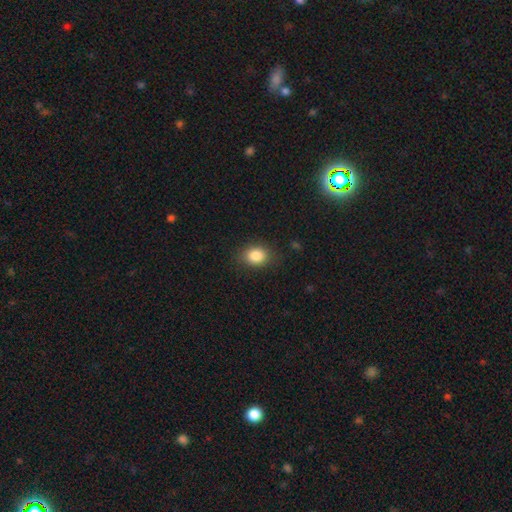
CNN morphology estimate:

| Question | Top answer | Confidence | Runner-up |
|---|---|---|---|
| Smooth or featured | smooth | 85% | star or artifact (9%) |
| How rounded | in between | 57% | round (42%) |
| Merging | none | 83% | minor disturbance (12%) |